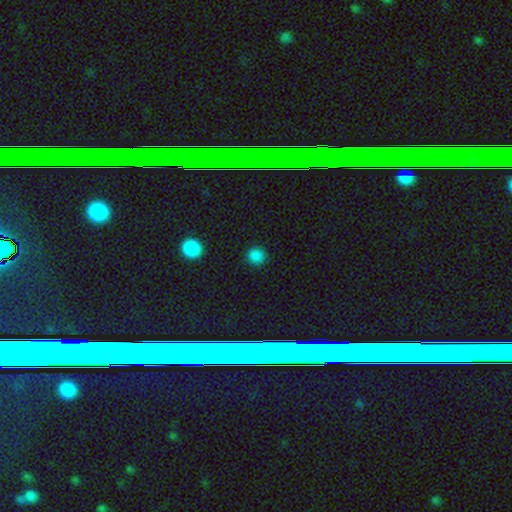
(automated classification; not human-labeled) A smooth galaxy with no disk features (86%) that is round (92%).

Vote fractions:
- Smooth or featured? smooth: 86% / star or artifact: 12% / featured or disk: 3%
- How rounded? round: 92% / in between: 7% / cigar-shaped: 1%
- Merging? none: 91% / minor disturbance: 6% / major disturbance: 2% / merger: 1%